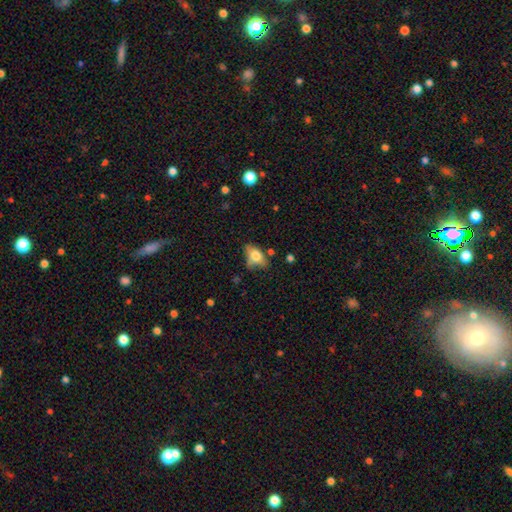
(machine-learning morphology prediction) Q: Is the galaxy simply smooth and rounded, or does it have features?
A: smooth — 71%.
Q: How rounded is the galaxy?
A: in between — 84%.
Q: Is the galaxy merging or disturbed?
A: none — 48%.